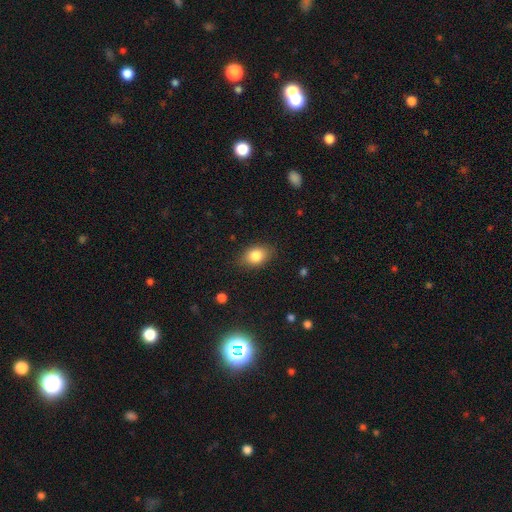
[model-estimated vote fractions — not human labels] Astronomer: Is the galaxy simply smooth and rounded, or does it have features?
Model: smooth — 83%.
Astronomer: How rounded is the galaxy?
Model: in between — 76%.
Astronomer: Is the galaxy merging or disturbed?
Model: none — 82%.